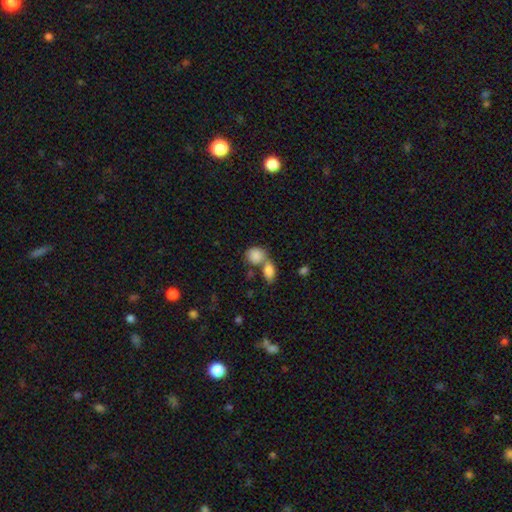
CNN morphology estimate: smooth-or-featured: smooth: 85% | featured or disk: 8% | star or artifact: 7%
  how-rounded: round: 56% | in between: 42% | cigar-shaped: 2%
  merging: merger: 58% | none: 30% | minor disturbance: 8% | major disturbance: 4%